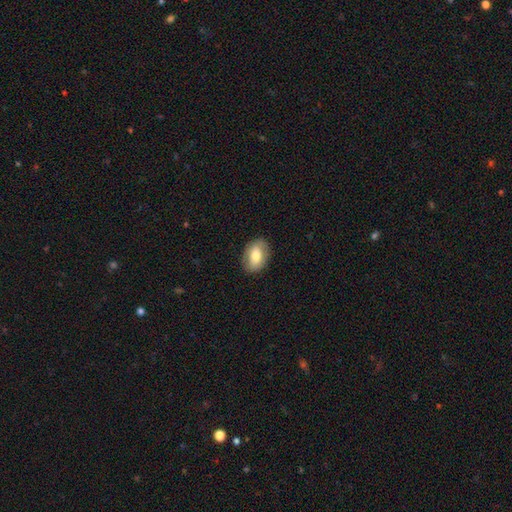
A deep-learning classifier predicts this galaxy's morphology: Overall: smooth (69%). How rounded: in between (83%). Merging: none (85%).